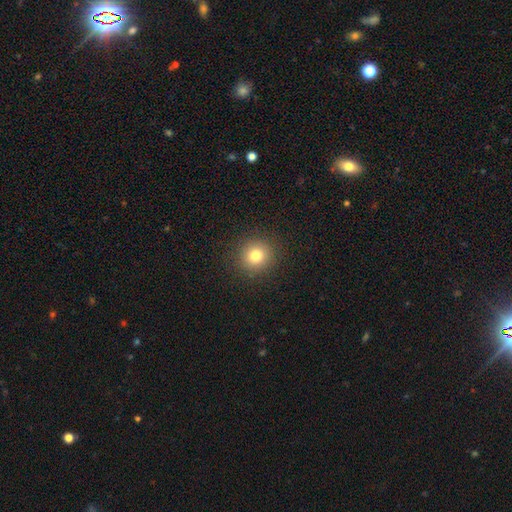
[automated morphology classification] smooth-or-featured: smooth: 79% | star or artifact: 13% | featured or disk: 8%
  how-rounded: round: 92% | in between: 7% | cigar-shaped: 1%
  merging: none: 91% | minor disturbance: 6% | major disturbance: 2% | merger: 1%